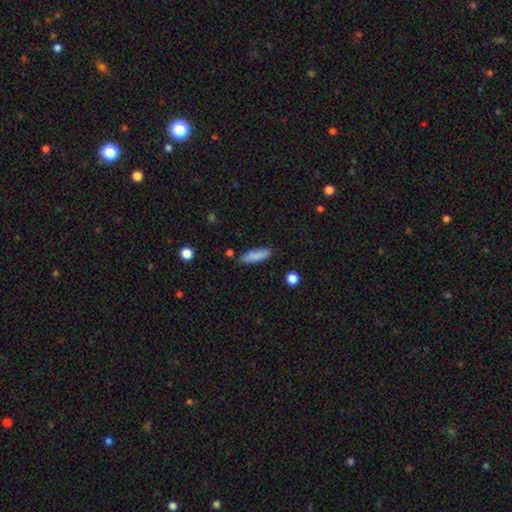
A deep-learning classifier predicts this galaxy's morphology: This is clearly a smooth galaxy (84%). How rounded: possibly cigar-shaped (60%). Merging: likely none (79%).